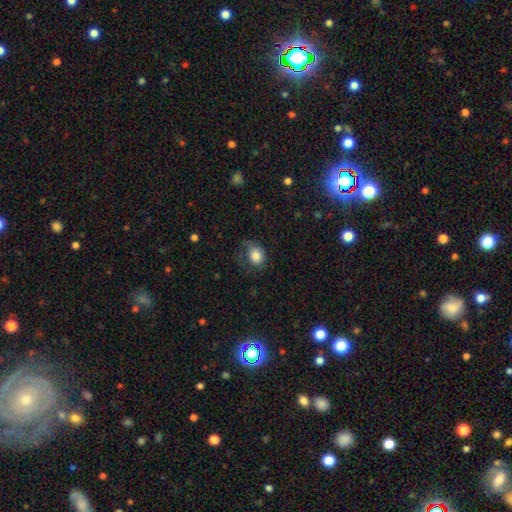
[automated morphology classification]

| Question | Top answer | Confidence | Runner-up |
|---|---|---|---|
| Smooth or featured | smooth | 79% | featured or disk (13%) |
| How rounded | round | 52% | in between (47%) |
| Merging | none | 40% | major disturbance (31%) |